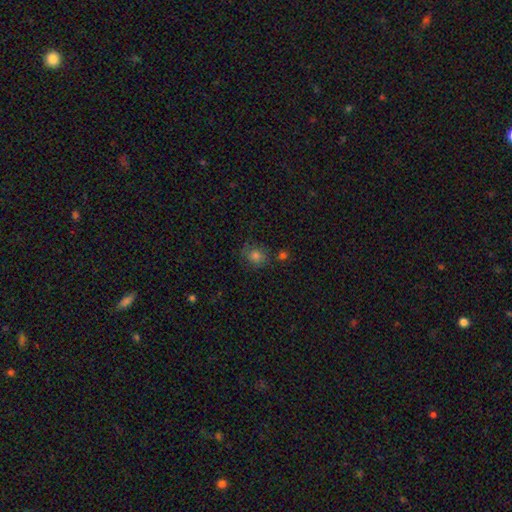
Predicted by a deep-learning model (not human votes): smooth-or-featured: smooth: 72% | star or artifact: 17% | featured or disk: 11%
  how-rounded: round: 66% | in between: 33% | cigar-shaped: 1%
  merging: none: 67% | minor disturbance: 20% | merger: 7% | major disturbance: 7%